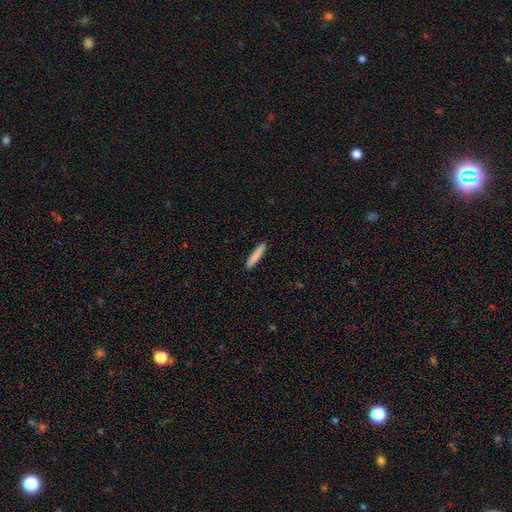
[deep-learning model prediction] Smooth or featured?
  - smooth: 85% *
  - featured or disk: 10%
  - star or artifact: 6%
How rounded?
  - cigar-shaped: 93% *
  - in between: 6%
  - round: 1%
Merging?
  - none: 92% *
  - minor disturbance: 6%
  - major disturbance: 1%
  - merger: 1%